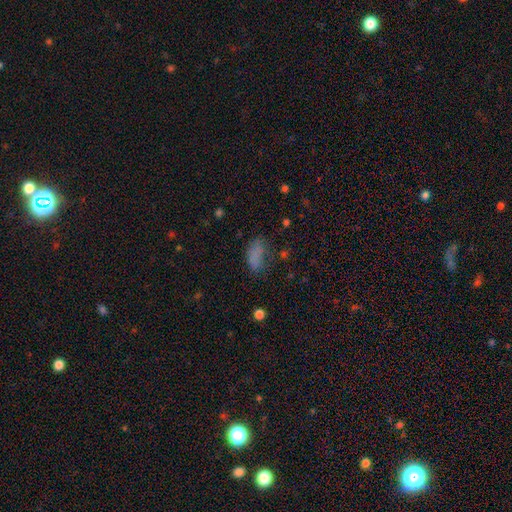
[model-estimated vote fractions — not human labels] Overall: smooth (76%). How rounded: in between (88%). Merging: none (50%; minor disturbance 26%).